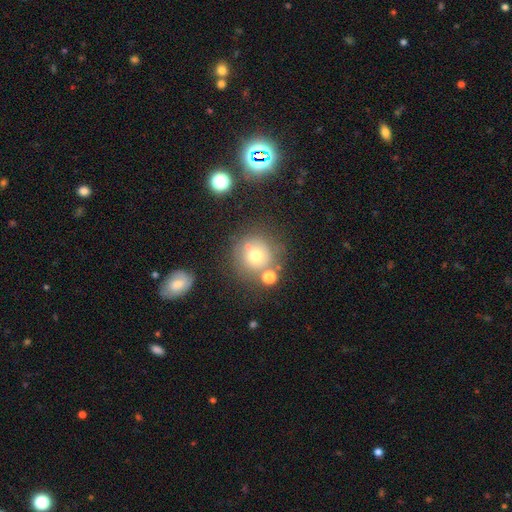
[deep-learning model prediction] Smooth or featured? Predicted: smooth (p=0.65). How rounded? Predicted: round (p=0.92). Merging? Predicted: none (p=0.68).